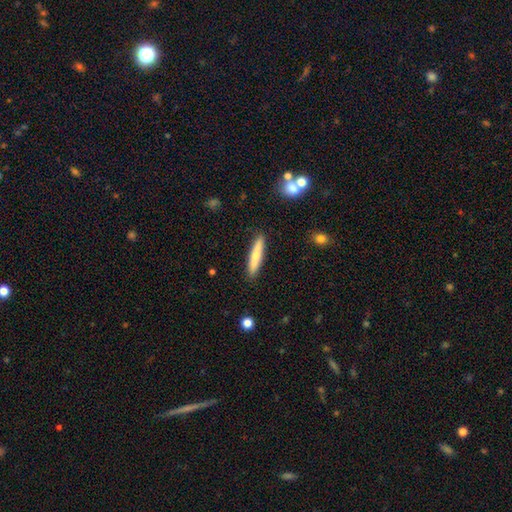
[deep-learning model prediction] smooth-or-featured: smooth: 68% | featured or disk: 27% | star or artifact: 6%
  how-rounded: cigar-shaped: 90% | in between: 9% | round: 1%
  merging: none: 90% | minor disturbance: 7% | major disturbance: 2% | merger: 1%